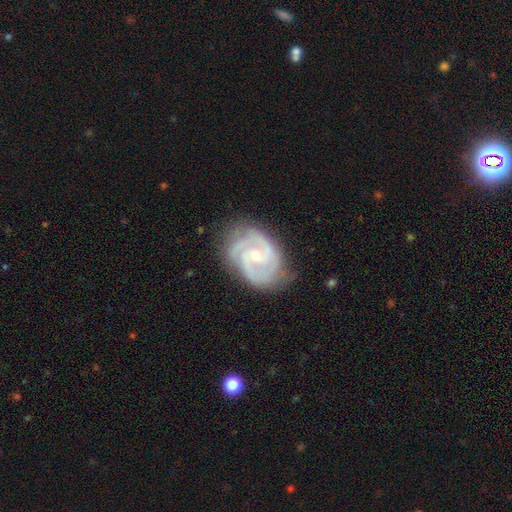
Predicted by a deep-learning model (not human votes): Q: Smooth or featured?
A: featured or disk (91%); runner-up: star or artifact (5%)
Q: Edge-on disk?
A: no (98%); runner-up: yes (2%)
Q: Bar?
A: no (49%); runner-up: weak (41%)
Q: Spiral arms?
A: yes (98%); runner-up: no (2%)
Q: Spiral winding?
A: tight (51%); runner-up: medium (43%)
Q: Spiral arm count?
A: 2 (53%); runner-up: 3 (29%)
Q: Bulge size?
A: small (66%); runner-up: moderate (31%)
Q: Merging?
A: none (74%); runner-up: minor disturbance (19%)